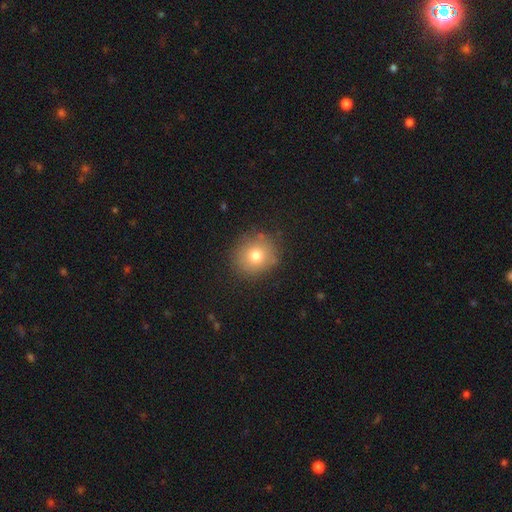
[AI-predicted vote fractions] Smooth or featured?
  - smooth: 76% *
  - star or artifact: 13%
  - featured or disk: 12%
How rounded?
  - round: 88% *
  - in between: 11%
  - cigar-shaped: 1%
Merging?
  - none: 85% *
  - minor disturbance: 10%
  - major disturbance: 3%
  - merger: 2%